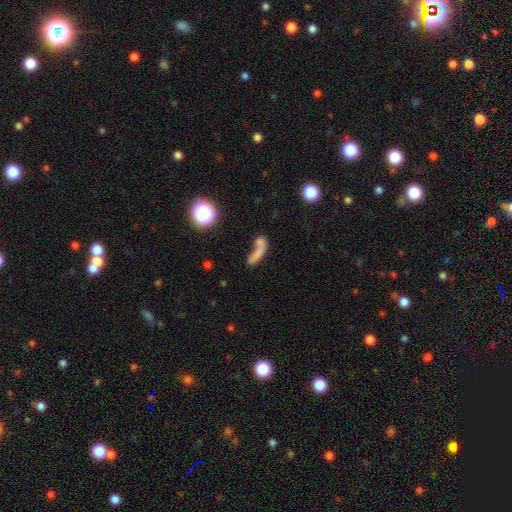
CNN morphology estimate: Smooth or featured: smooth — 59% (featured or disk — 22%)
How rounded: in between — 42% (cigar-shaped — 41%)
Merging: merger — 36% (none — 35%)